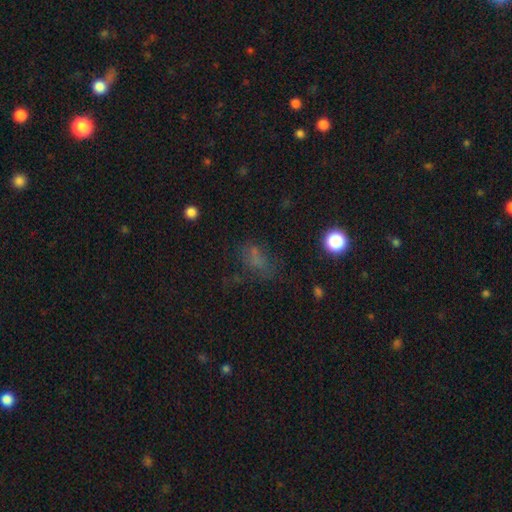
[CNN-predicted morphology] smooth 45%, star or artifact 37%, featured or disk 17%. Down the decision tree: merging — none (52%).